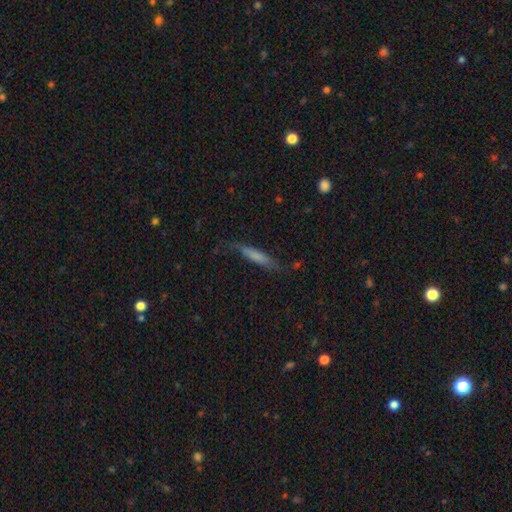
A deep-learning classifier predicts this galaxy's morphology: smooth-or-featured: smooth: 63% | featured or disk: 30% | star or artifact: 7%
  how-rounded: cigar-shaped: 87% | in between: 11% | round: 2%
  merging: none: 66% | minor disturbance: 25% | major disturbance: 8% | merger: 2%